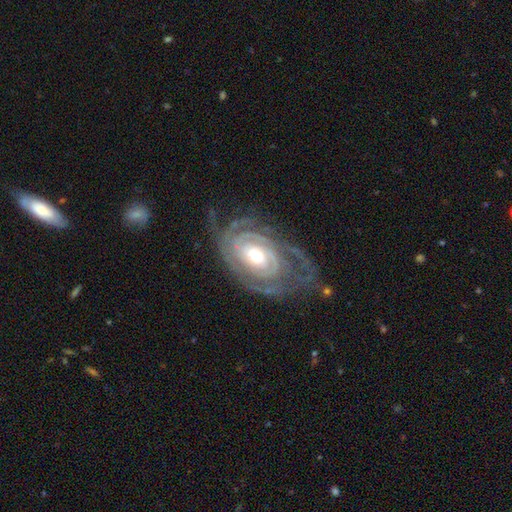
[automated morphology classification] Overall: featured or disk (90%). Edge-on disk: no (96%). Bar: no (62%; weak 26%). Spiral arms: yes (96%). Spiral arm count: 2 (31%; can't tell 26%). Spiral winding: tight (77%). Bulge size: moderate (67%). Merging: none (66%).